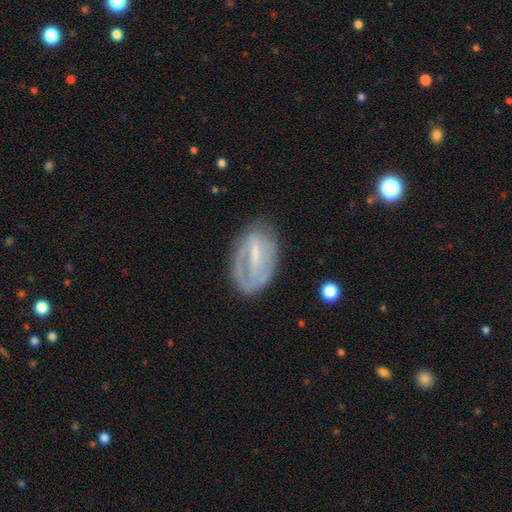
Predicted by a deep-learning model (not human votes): Smooth or featured?
  - featured or disk: 66% *
  - smooth: 26%
  - star or artifact: 8%
Edge-on disk?
  - no: 92% *
  - yes: 8%
Bar?
  - strong: 53% *
  - weak: 34%
  - no: 14%
Spiral arms?
  - yes: 58% *
  - no: 42%
Bulge size?
  - small: 45% *
  - none: 28%
  - moderate: 23%
  - large: 3%
  - dominant: 1%
Merging?
  - none: 66% *
  - minor disturbance: 22%
  - major disturbance: 11%
  - merger: 2%